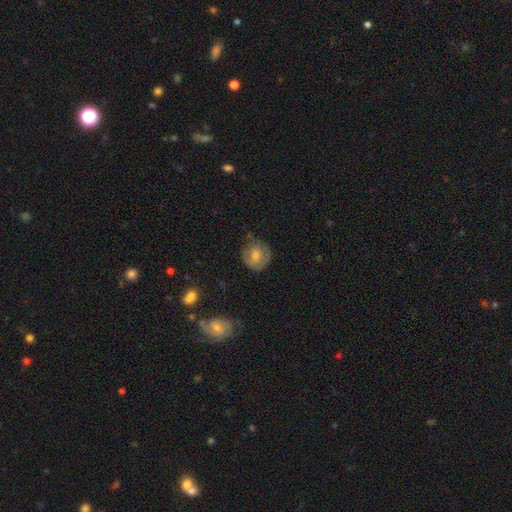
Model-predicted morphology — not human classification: Overall: smooth (66%; featured or disk 27%). How rounded: round (86%). Merging: none (69%).